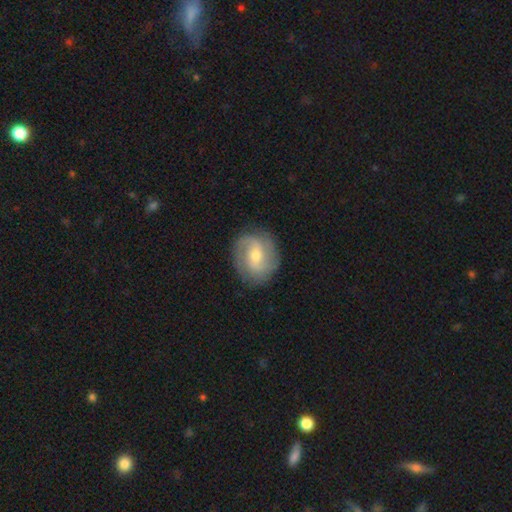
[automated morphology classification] smooth-or-featured: featured or disk: 75% | smooth: 19% | star or artifact: 6%
  disk-edge-on: no: 97% | yes: 3%
    bar: weak: 49% | no: 35% | strong: 16%
    has-spiral-arms: yes: 93% | no: 7%
      spiral-winding: medium: 46% | tight: 29% | loose: 25%
      spiral-arm-count: 2: 63% | 3: 14% | can't tell: 13% | 1: 4% | 4: 3% | more than 4: 3%
    bulge-size: moderate: 50% | small: 45% | large: 3% | none: 1% | dominant: 1%
  merging: none: 82% | minor disturbance: 12% | major disturbance: 5% | merger: 1%